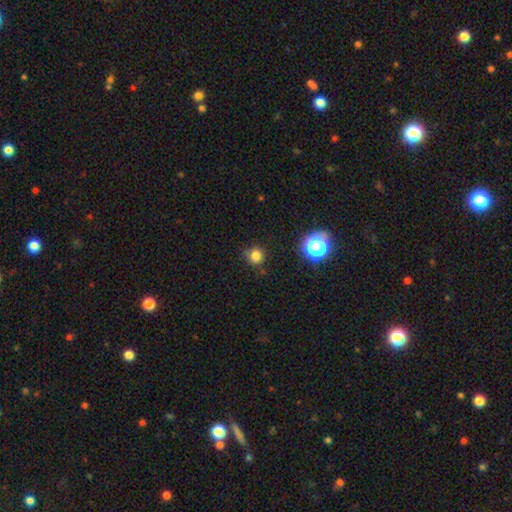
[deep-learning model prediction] smooth-or-featured: smooth: 79% | star or artifact: 16% | featured or disk: 5%
  how-rounded: round: 89% | in between: 10% | cigar-shaped: 1%
  merging: none: 76% | minor disturbance: 17% | major disturbance: 4% | merger: 3%